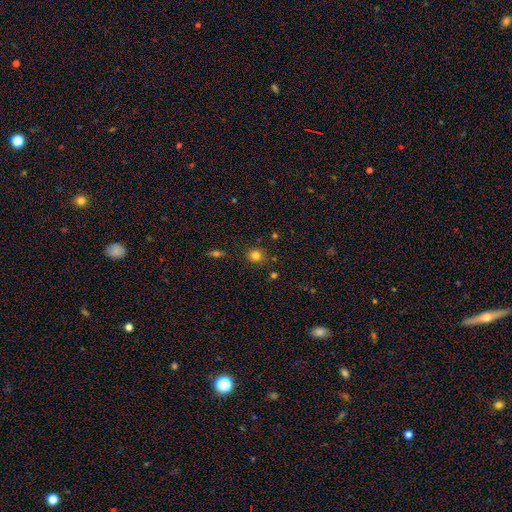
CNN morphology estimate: The model was most divided on "smooth or featured": smooth: 79%, star or artifact: 15%, featured or disk: 6%. More confident: how rounded — round (82%); merging — none (80%).